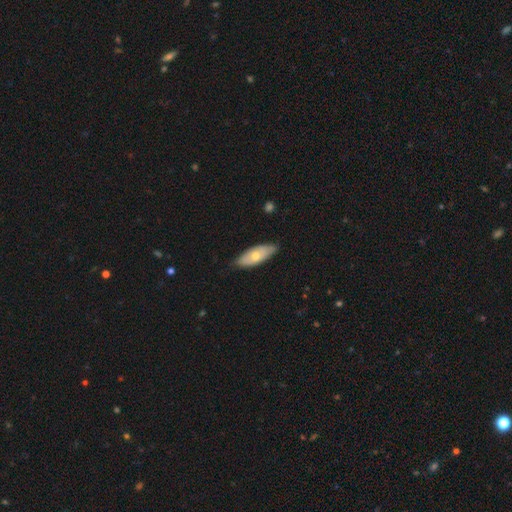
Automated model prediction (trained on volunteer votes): Q: Smooth or featured?
A: smooth (62%); runner-up: featured or disk (33%)
Q: How rounded?
A: in between (78%); runner-up: cigar-shaped (20%)
Q: Merging?
A: none (78%); runner-up: minor disturbance (19%)